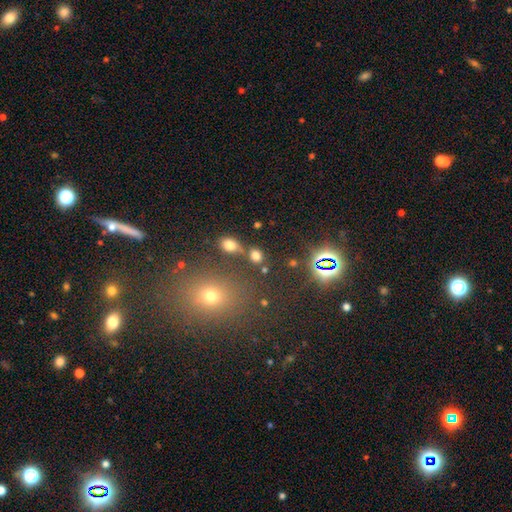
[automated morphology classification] Q: Smooth or featured?
A: smooth (73%); runner-up: star or artifact (20%)
Q: How rounded?
A: round (50%); runner-up: in between (48%)
Q: Merging?
A: none (68%); runner-up: merger (17%)